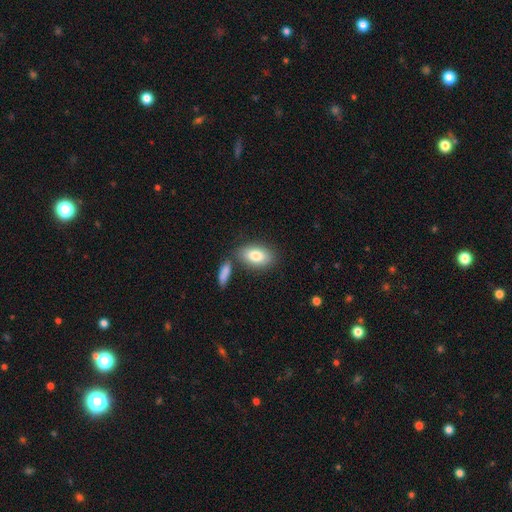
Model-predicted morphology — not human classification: Smooth or featured? Predicted: smooth (p=0.81). How rounded? Predicted: in between (p=0.89). Merging? Predicted: none (p=0.69).